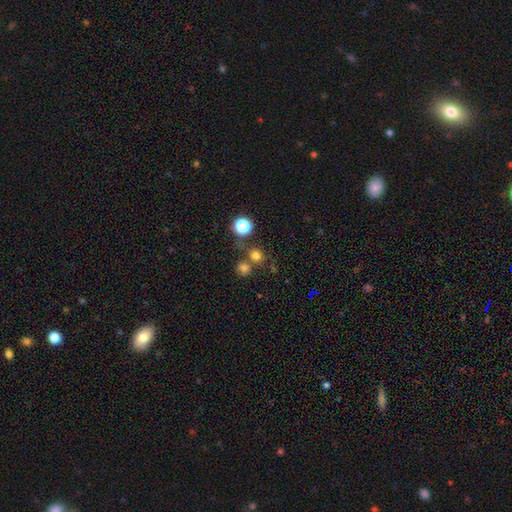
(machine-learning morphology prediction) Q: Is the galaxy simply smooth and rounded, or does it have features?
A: smooth — 72%.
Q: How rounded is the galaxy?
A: round — 88%.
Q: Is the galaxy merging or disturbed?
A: none — 65%.